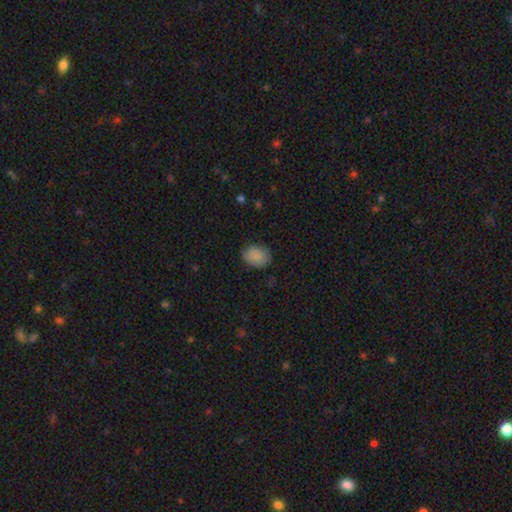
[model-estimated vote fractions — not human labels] Smooth or featured: smooth — 87% (star or artifact — 8%)
How rounded: in between — 62% (round — 37%)
Merging: none — 79% (minor disturbance — 17%)